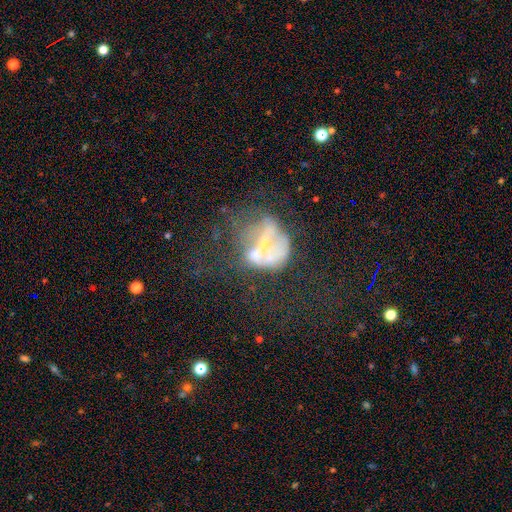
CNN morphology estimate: A featured or disk galaxy (55%) with no bar (80%), no spiral arms (89%) and a small central bulge (38%).

Vote fractions:
- Smooth or featured? featured or disk: 55% / smooth: 27% / star or artifact: 18%
- Edge-on disk? no: 96% / yes: 4%
- Bar? no: 80% / weak: 13% / strong: 7%
- Spiral arms? no: 89% / yes: 11%
- Bulge size? small: 38% / moderate: 32% / none: 25% / large: 4% / dominant: 2%
- Merging? major disturbance: 31% / merger: 29% / none: 25% / minor disturbance: 14%